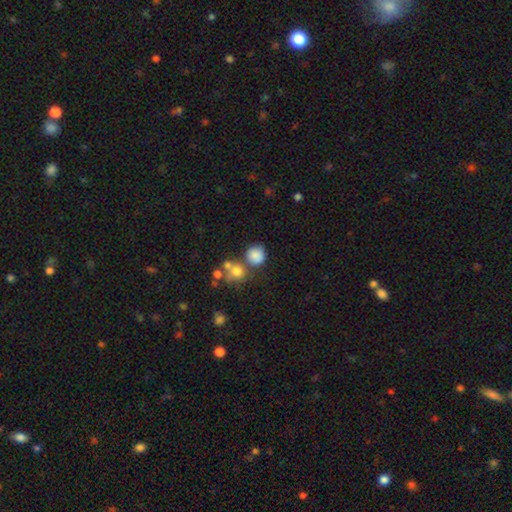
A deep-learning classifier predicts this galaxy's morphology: A smooth galaxy with no disk features (81%) that is round (88%). Merging: none (59%).